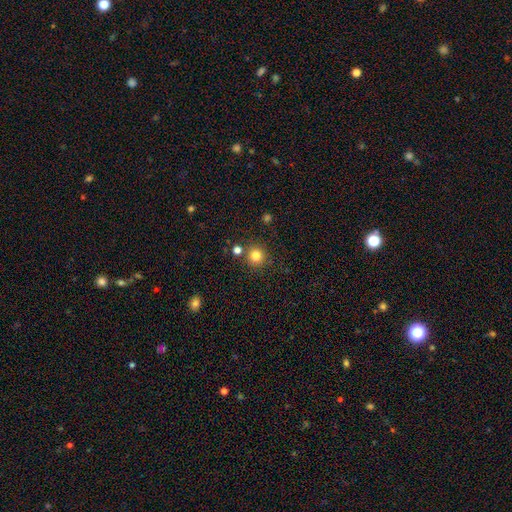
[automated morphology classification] Smooth or featured? smooth (81%)
How rounded? round (94%)
Merging? none (83%)